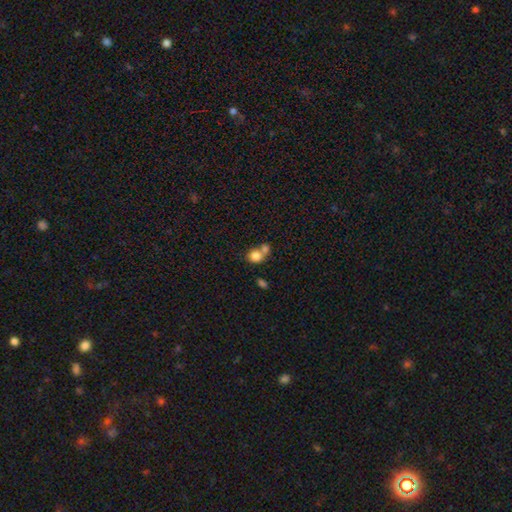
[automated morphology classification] Overall: smooth (81%). How rounded: round (67%; in between 32%). Merging: merger (58%; none 30%).